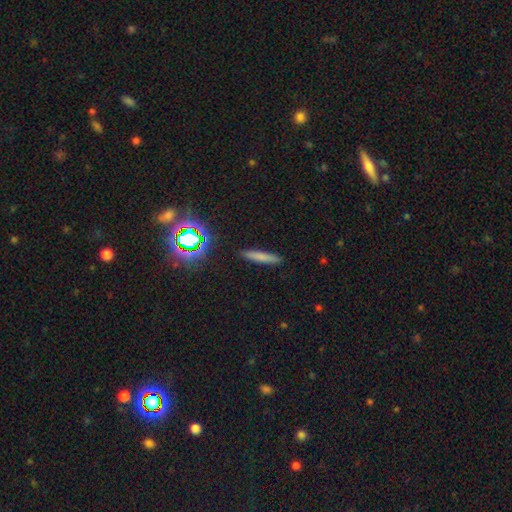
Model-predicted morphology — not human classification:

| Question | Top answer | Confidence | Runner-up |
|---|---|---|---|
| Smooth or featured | smooth | 67% | star or artifact (17%) |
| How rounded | cigar-shaped | 90% | in between (7%) |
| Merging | none | 90% | minor disturbance (7%) |